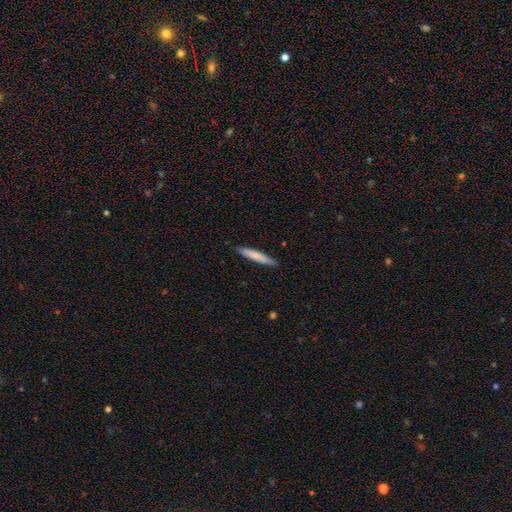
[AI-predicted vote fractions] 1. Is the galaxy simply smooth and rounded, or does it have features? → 75% smooth, 20% featured or disk, 5% star or artifact.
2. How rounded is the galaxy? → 93% cigar-shaped, 5% in between, 1% round.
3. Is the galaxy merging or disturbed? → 89% none, 9% minor disturbance, 1% major disturbance, 1% merger.